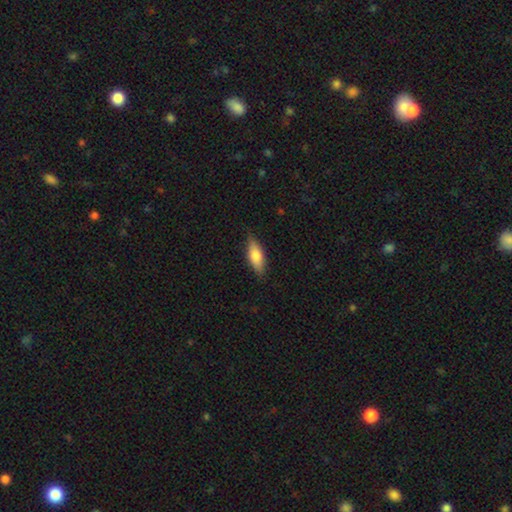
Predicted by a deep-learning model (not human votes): Overall: smooth (72%). How rounded: in between (69%; cigar-shaped 29%). Merging: none (81%).